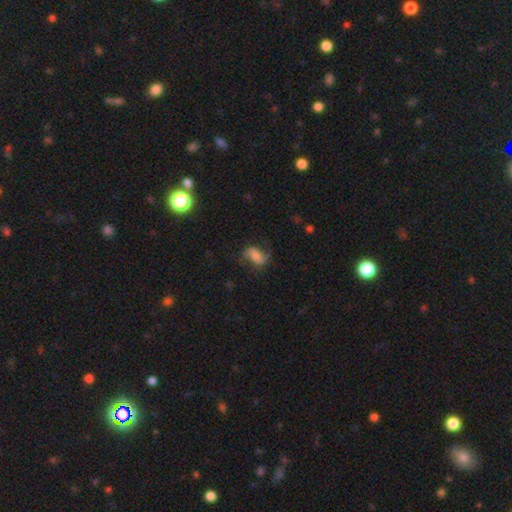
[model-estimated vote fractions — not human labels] A featured or disk galaxy (51%).

Vote fractions:
- Smooth or featured? featured or disk: 51% / smooth: 40% / star or artifact: 9%
- Edge-on disk? no: 96% / yes: 4%
- Merging? none: 60% / minor disturbance: 22% / major disturbance: 16% / merger: 2%